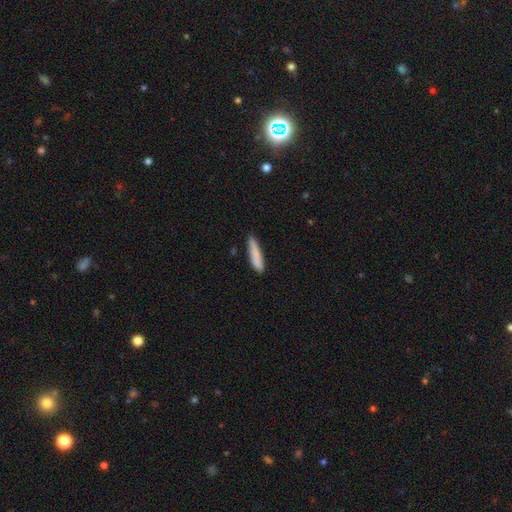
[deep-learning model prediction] Smooth or featured? Predicted: smooth (p=0.84). How rounded? Predicted: cigar-shaped (p=0.84). Merging? Predicted: none (p=0.80).